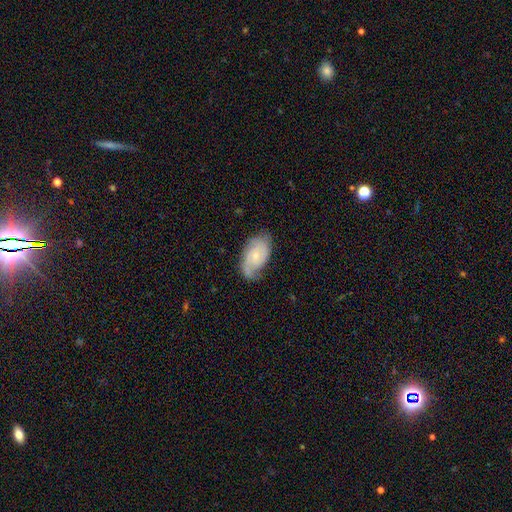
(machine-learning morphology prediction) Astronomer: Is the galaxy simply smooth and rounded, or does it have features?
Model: featured or disk — 70%.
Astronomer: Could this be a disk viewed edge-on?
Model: no — 96%.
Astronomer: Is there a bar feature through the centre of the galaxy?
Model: no — 64%.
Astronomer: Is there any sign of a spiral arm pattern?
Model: yes — 92%.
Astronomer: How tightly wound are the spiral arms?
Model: tight — 42% (runner-up: medium, 41%).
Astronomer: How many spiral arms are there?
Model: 2 — 59%.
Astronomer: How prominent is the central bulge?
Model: small — 65%.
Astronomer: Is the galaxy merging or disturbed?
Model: none — 64%.